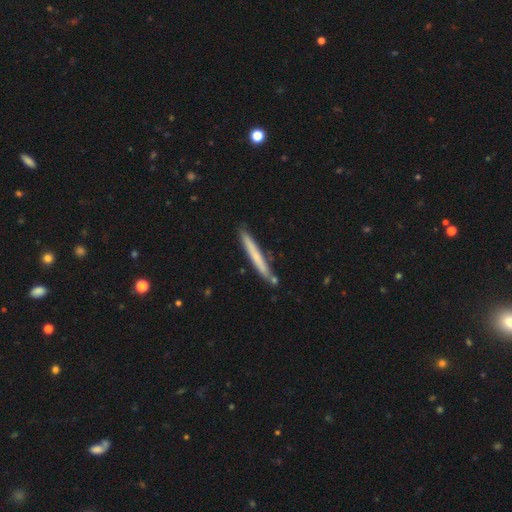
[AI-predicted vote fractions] This appears to be a smooth galaxy with no disk features (61%) that is cigar-shaped (97%). Merging: none (82%).